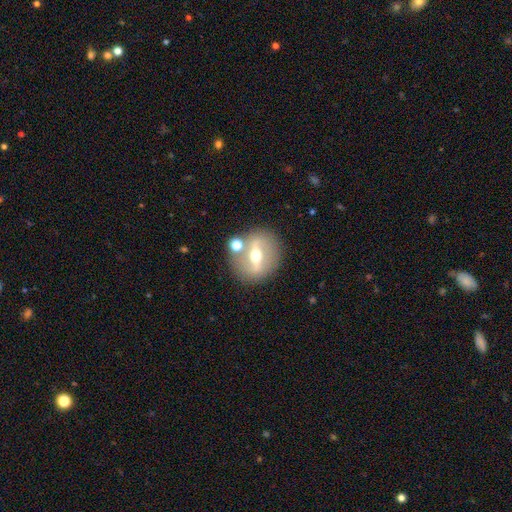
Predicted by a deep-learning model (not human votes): Morphology: type=featured or disk (70%); edge-on=no (77%); bar=strong (66%); spiral arms=no (73%); bulge=moderate (74%); merging=none (80%).